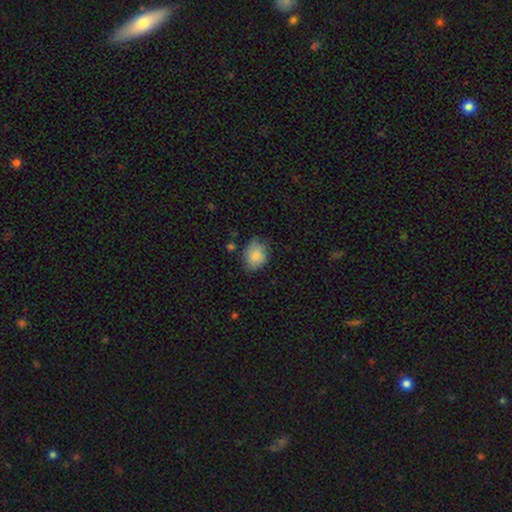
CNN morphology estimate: A smooth galaxy with no disk features (83%) that is in between round and cigar-shaped (52%). Merging: none (70%).